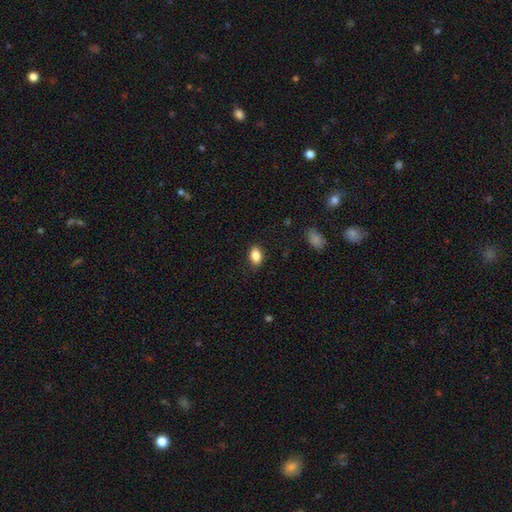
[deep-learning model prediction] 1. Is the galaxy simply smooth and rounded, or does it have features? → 85% smooth, 9% star or artifact, 6% featured or disk.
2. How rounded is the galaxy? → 84% in between, 14% round, 2% cigar-shaped.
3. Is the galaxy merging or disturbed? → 85% none, 11% minor disturbance, 3% major disturbance, 1% merger.